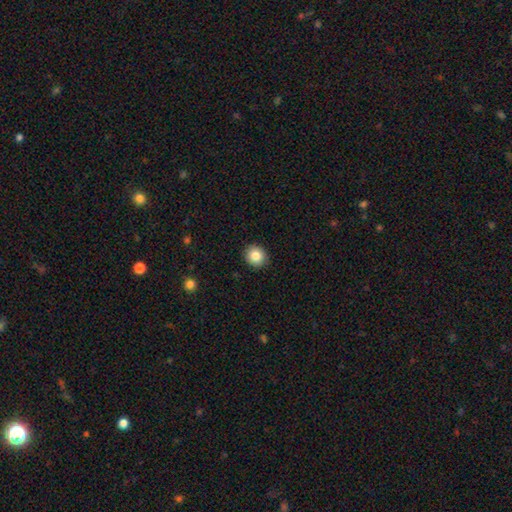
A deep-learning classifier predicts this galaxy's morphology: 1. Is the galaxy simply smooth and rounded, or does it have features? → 85% smooth, 9% star or artifact, 6% featured or disk.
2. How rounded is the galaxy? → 81% round, 18% in between, 1% cigar-shaped.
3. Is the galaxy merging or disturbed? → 91% none, 6% minor disturbance, 2% major disturbance, 1% merger.